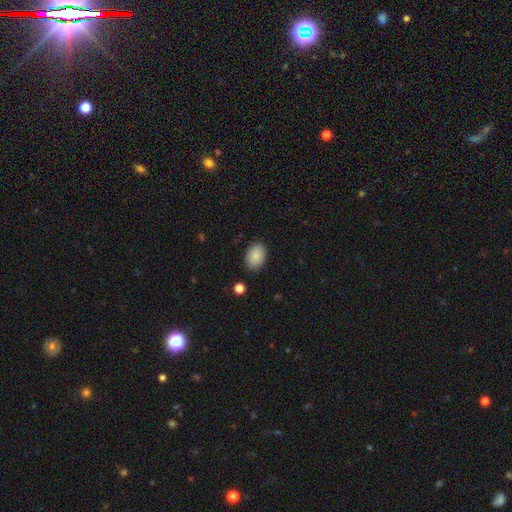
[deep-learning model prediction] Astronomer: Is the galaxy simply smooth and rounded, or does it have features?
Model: smooth — 87%.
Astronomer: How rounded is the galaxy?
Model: in between — 84%.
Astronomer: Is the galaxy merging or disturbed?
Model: none — 86%.